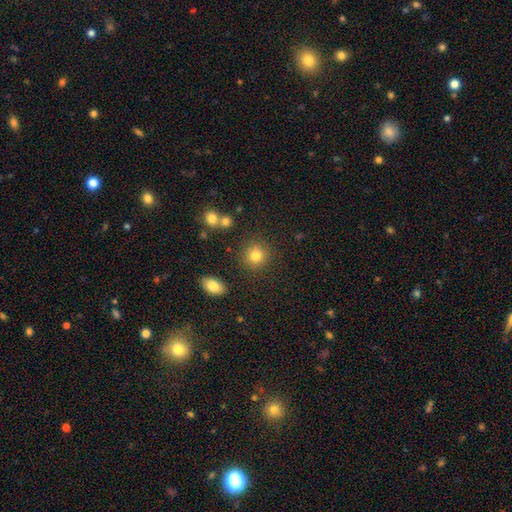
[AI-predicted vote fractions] The model was most divided on "smooth or featured": smooth: 82%, star or artifact: 11%, featured or disk: 7%. More confident: how rounded — round (89%); merging — none (86%).